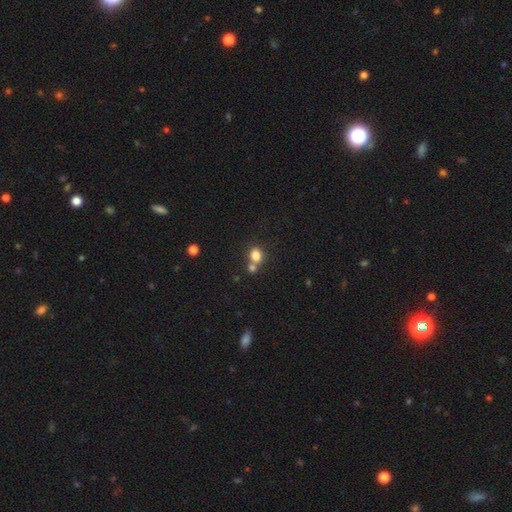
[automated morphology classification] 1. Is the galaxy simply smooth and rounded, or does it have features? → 81% smooth, 11% star or artifact, 7% featured or disk.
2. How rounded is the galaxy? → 55% round, 44% in between, 1% cigar-shaped.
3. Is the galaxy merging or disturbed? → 48% none, 40% merger, 9% minor disturbance, 4% major disturbance.